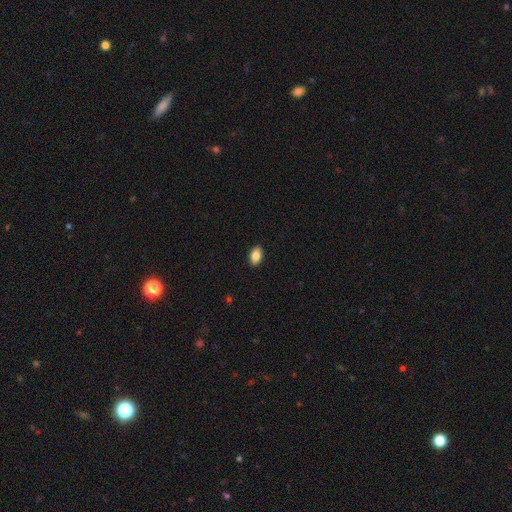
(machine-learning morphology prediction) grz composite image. It shows a smooth galaxy with no disk features (86%) that is in between round and cigar-shaped (91%). Merging: none (91%).